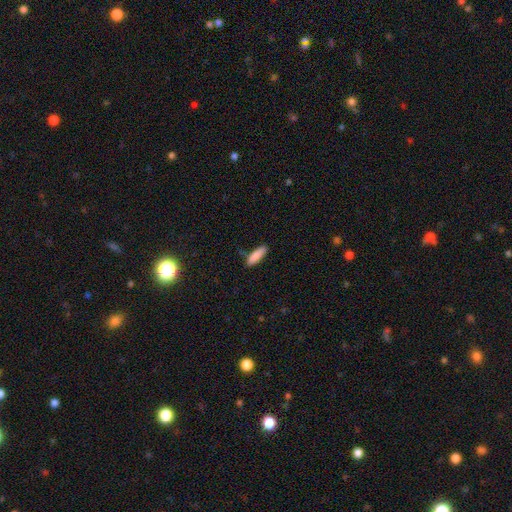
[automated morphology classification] Smooth or featured? Predicted: smooth (p=0.86). How rounded? Predicted: cigar-shaped (p=0.58). Merging? Predicted: none (p=0.78).